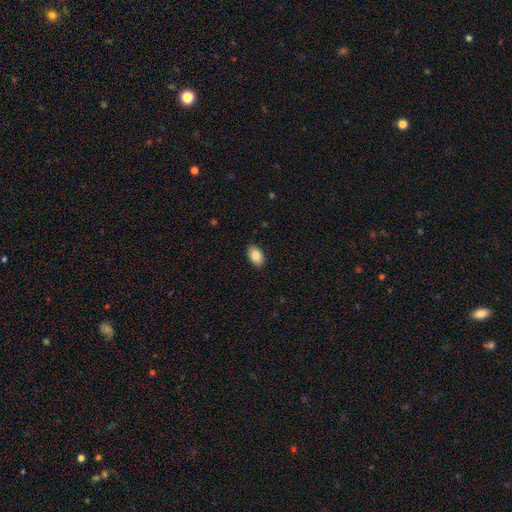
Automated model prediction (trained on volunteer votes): A smooth galaxy with no disk features (86%) that is in between round and cigar-shaped (90%).

Vote fractions:
- Smooth or featured? smooth: 86% / star or artifact: 7% / featured or disk: 6%
- How rounded? in between: 90% / round: 8% / cigar-shaped: 1%
- Merging? none: 89% / minor disturbance: 8% / major disturbance: 2% / merger: 1%